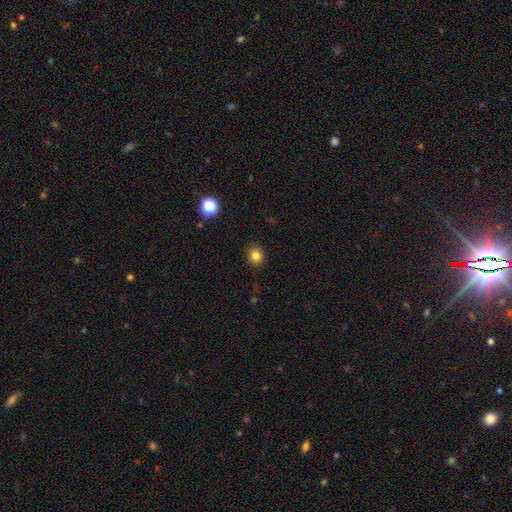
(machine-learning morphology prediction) Smooth or featured?
  - smooth: 82% *
  - star or artifact: 12%
  - featured or disk: 6%
How rounded?
  - round: 72% *
  - in between: 27%
  - cigar-shaped: 1%
Merging?
  - none: 88% *
  - minor disturbance: 8%
  - major disturbance: 2%
  - merger: 1%